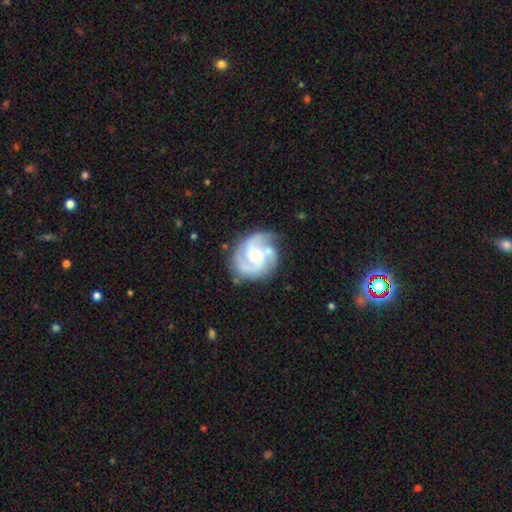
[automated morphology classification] This is clearly a featured or disk galaxy (86%). It is clearly not viewed edge-on (98%). Bar: likely no (63%). Spiral arm pattern: clearly yes (97%). Spiral arm count: marginally 3 (45%). Spiral winding: possibly medium (46%). Central bulge: possibly small (51%). Merging: likely none (70%).